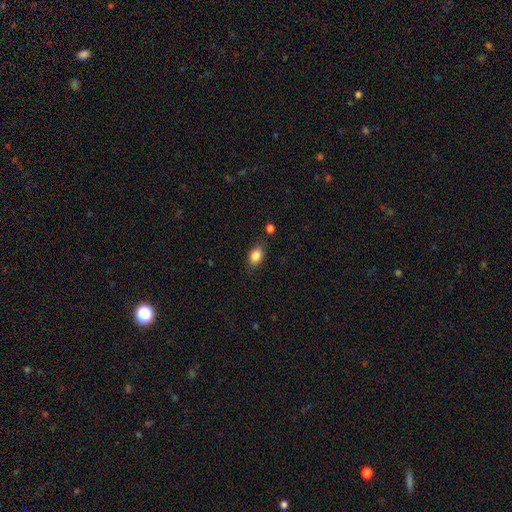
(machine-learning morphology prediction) smooth-or-featured: smooth: 84% | star or artifact: 9% | featured or disk: 7%
  how-rounded: in between: 81% | round: 17% | cigar-shaped: 3%
  merging: none: 75% | minor disturbance: 16% | merger: 5% | major disturbance: 4%